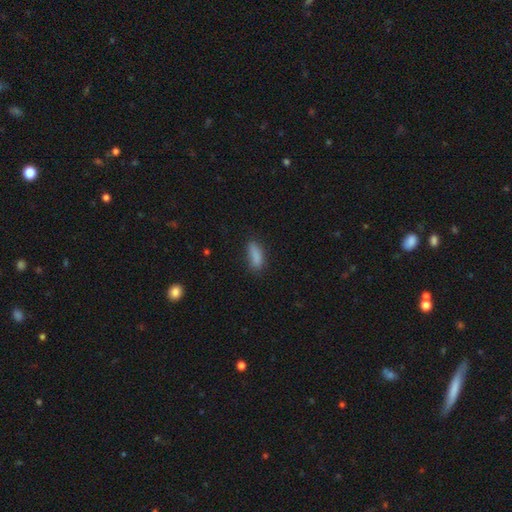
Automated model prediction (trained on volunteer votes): smooth 85%, star or artifact 8%, featured or disk 6%. Down the decision tree: how rounded — in between (63%); merging — none (69%).